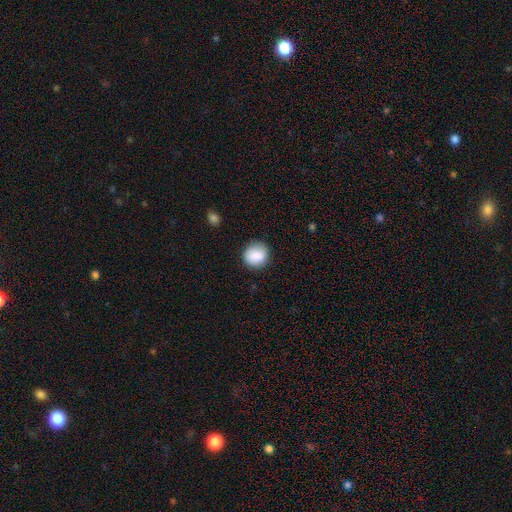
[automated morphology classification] Smooth or featured?
  - smooth: 85% *
  - star or artifact: 8%
  - featured or disk: 7%
How rounded?
  - round: 90% *
  - in between: 9%
  - cigar-shaped: 1%
Merging?
  - none: 86% *
  - minor disturbance: 10%
  - major disturbance: 3%
  - merger: 1%